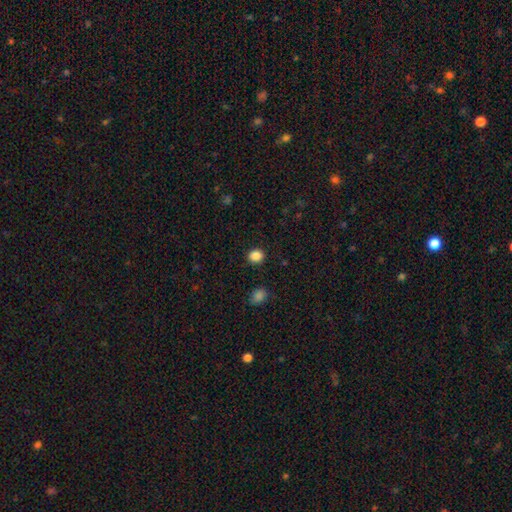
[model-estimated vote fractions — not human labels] This appears to be a smooth galaxy with no disk features (87%) that is round (78%). Merging: none (90%).